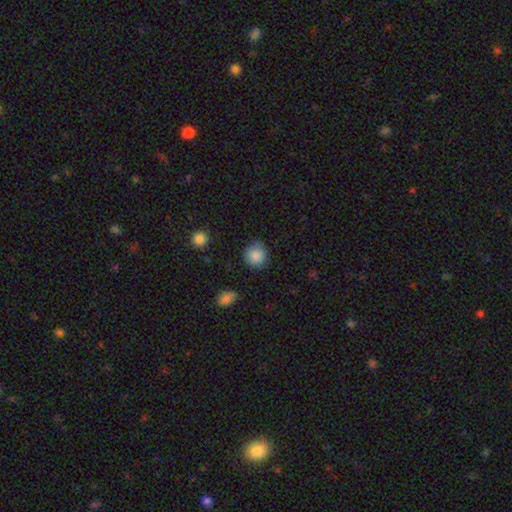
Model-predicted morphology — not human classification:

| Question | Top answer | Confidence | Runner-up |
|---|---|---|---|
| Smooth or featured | smooth | 87% | star or artifact (9%) |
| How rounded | round | 89% | in between (10%) |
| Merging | none | 80% | minor disturbance (15%) |